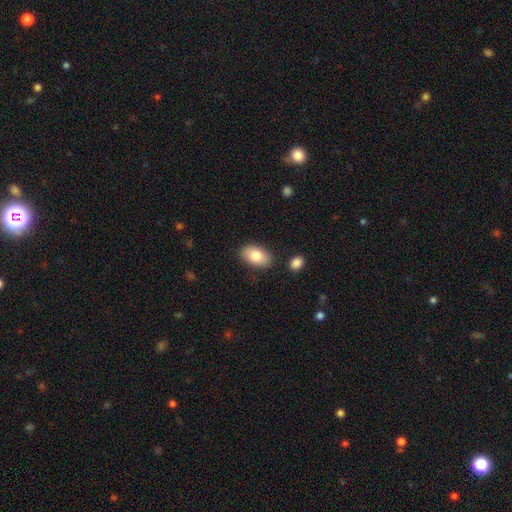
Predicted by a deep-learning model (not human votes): smooth-or-featured: smooth: 81% | featured or disk: 12% | star or artifact: 7%
  how-rounded: in between: 92% | round: 7% | cigar-shaped: 1%
  merging: none: 84% | minor disturbance: 10% | merger: 3% | major disturbance: 2%